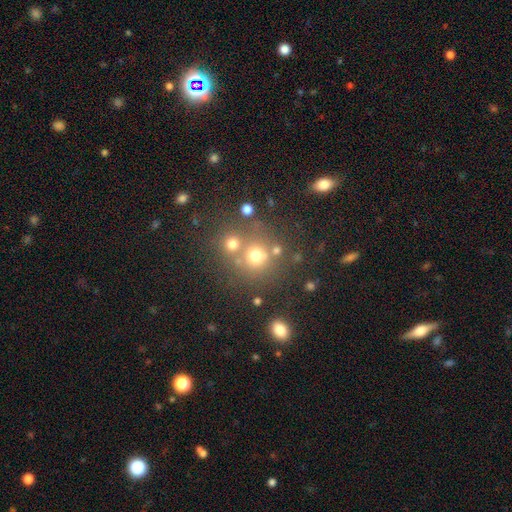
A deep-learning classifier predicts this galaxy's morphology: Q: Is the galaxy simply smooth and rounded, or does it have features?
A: smooth — 68%.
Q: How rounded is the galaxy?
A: round — 88%.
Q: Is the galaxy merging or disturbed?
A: none — 60%.